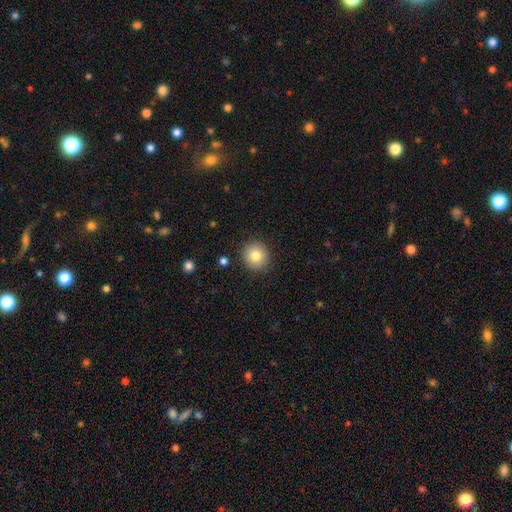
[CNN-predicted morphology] The model was most divided on "smooth or featured": smooth: 81%, star or artifact: 10%, featured or disk: 10%. More confident: merging — none (91%); how rounded — round (90%).